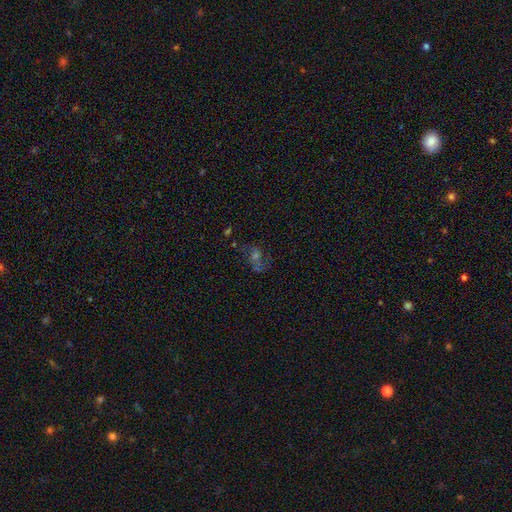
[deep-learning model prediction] Smooth or featured: featured or disk — 45% (star or artifact — 29%)
Merging: none — 55% (major disturbance — 21%)